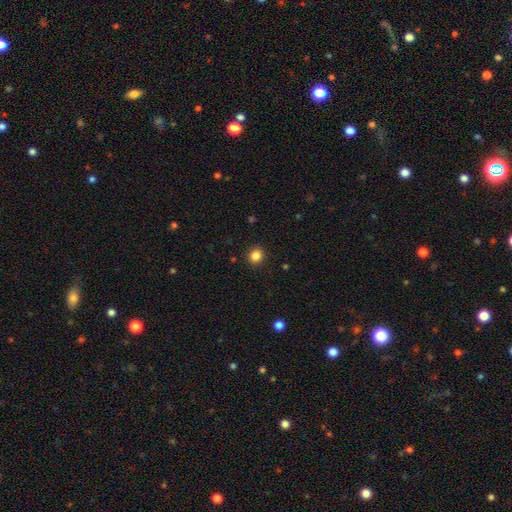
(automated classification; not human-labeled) This appears to be a smooth galaxy with no disk features (85%) that is round (88%). Merging: none (92%).